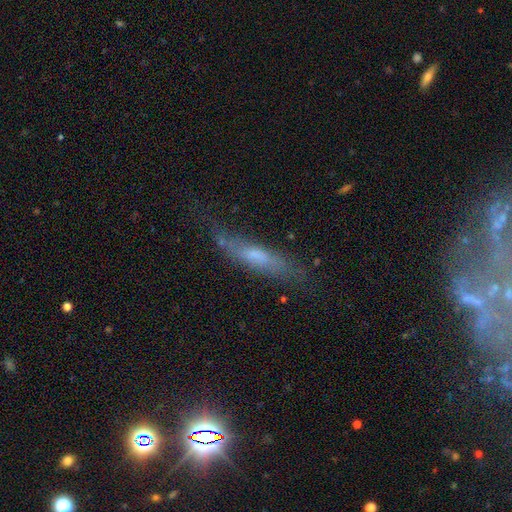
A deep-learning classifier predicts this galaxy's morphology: Q: Smooth or featured?
A: smooth (49%); runner-up: featured or disk (43%)
Q: Merging?
A: none (59%); runner-up: minor disturbance (25%)